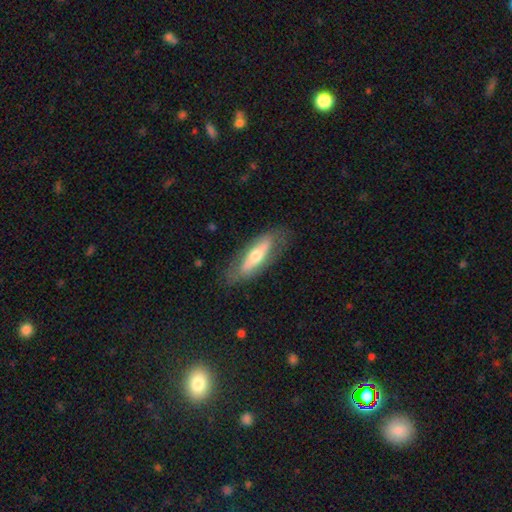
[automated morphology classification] Smooth or featured? featured or disk (50%)
Edge-on disk? no (55%)
Merging? none (77%)